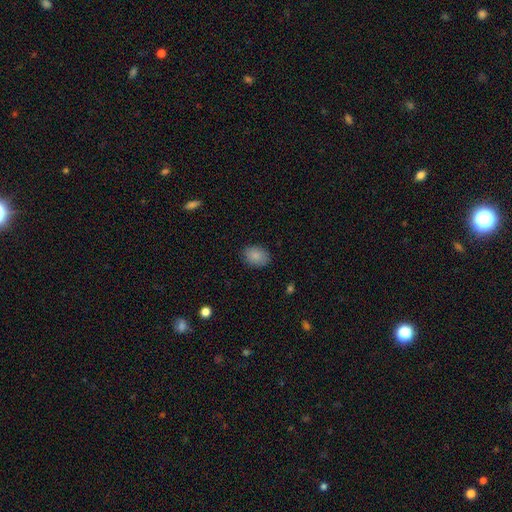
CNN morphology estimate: This is clearly a smooth galaxy (86%). How rounded: likely in between (71%). Merging: clearly none (85%).